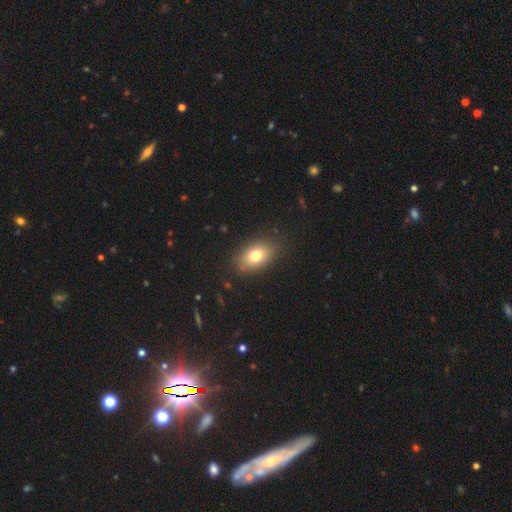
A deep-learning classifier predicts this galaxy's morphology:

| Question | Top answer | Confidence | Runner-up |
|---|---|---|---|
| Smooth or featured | smooth | 78% | featured or disk (13%) |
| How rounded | in between | 86% | round (12%) |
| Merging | none | 84% | minor disturbance (12%) |